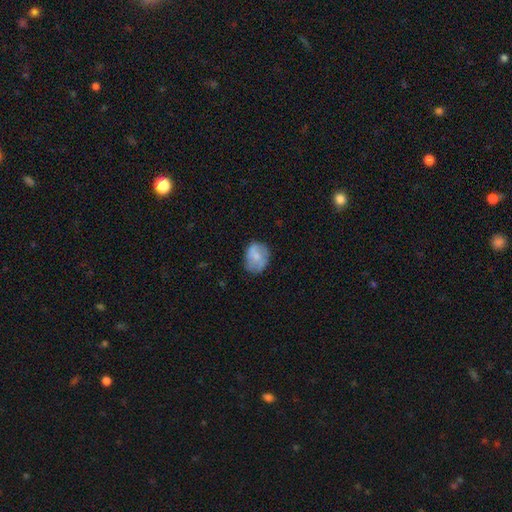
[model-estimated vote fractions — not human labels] Smooth or featured? Predicted: smooth (p=0.65). How rounded? Predicted: round (p=0.52). Merging? Predicted: none (p=0.63).